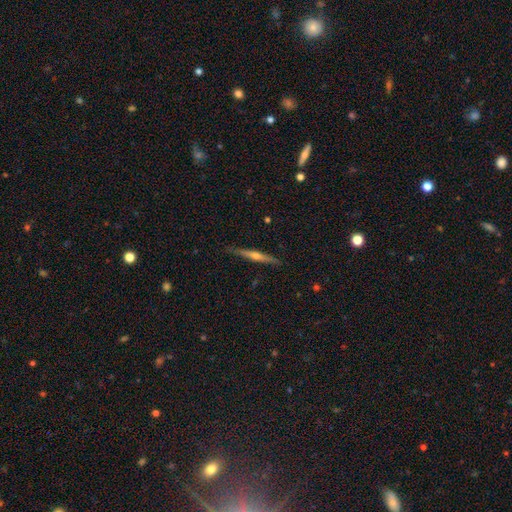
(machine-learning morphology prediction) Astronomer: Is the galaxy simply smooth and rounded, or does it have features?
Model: featured or disk — 73%.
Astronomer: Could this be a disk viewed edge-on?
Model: yes — 98%.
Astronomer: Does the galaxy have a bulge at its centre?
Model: rounded — 87%.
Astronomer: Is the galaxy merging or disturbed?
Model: none — 88%.